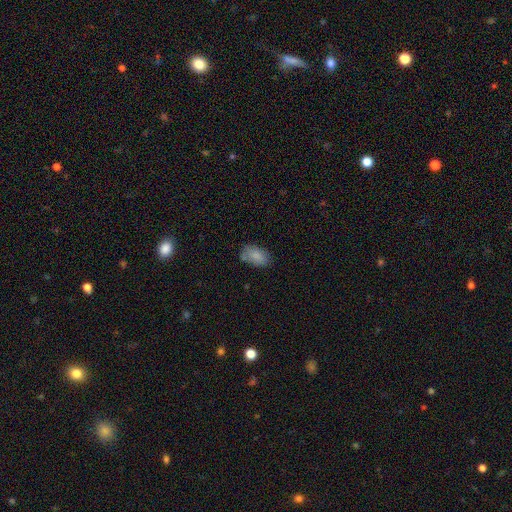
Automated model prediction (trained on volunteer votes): Overall: smooth (83%). How rounded: in between (91%). Merging: none (66%).